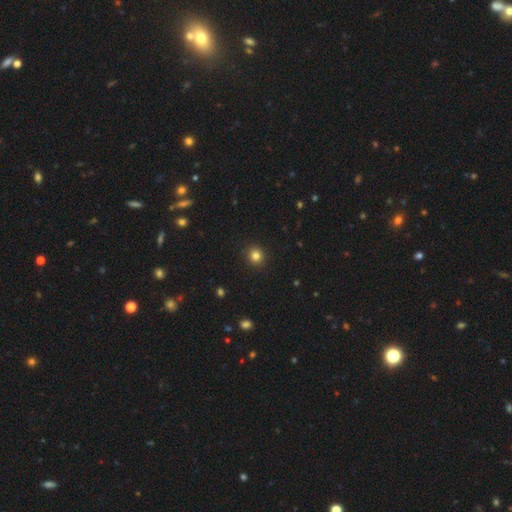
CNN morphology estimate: This is clearly a smooth galaxy (83%). How rounded: clearly round (90%). Merging: clearly none (92%).